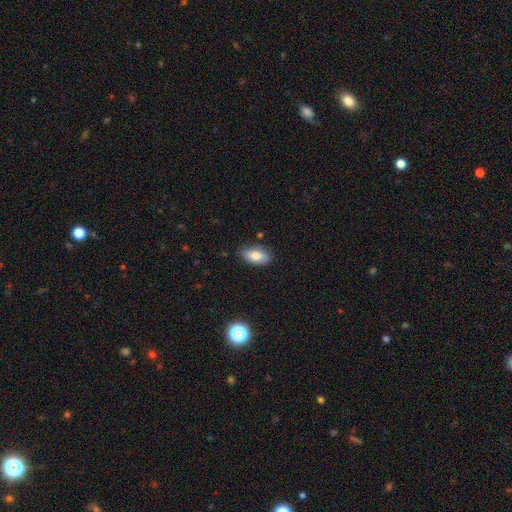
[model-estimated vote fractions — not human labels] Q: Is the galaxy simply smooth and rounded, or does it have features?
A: smooth — 80%.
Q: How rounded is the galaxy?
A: in between — 91%.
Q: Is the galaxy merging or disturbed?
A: none — 79%.